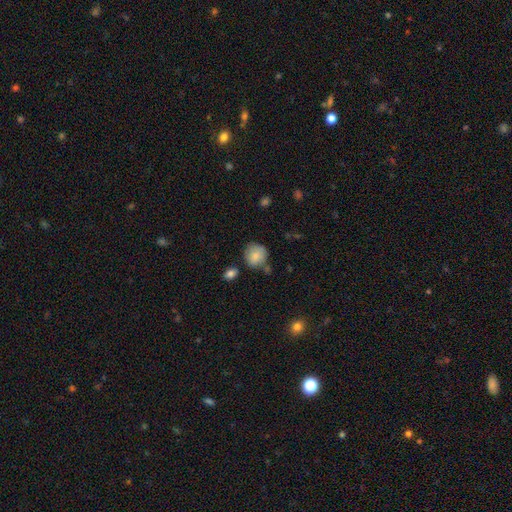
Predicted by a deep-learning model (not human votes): smooth-or-featured: smooth: 84% | featured or disk: 9% | star or artifact: 8%
  how-rounded: round: 82% | in between: 17% | cigar-shaped: 1%
  merging: none: 66% | minor disturbance: 21% | merger: 8% | major disturbance: 5%